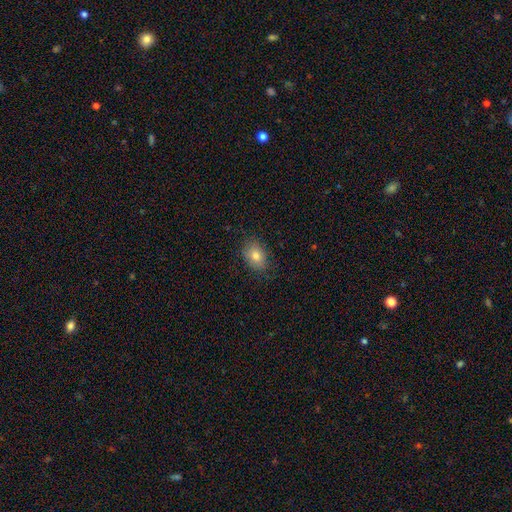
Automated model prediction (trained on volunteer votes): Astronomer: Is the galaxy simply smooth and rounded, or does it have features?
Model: smooth — 80%.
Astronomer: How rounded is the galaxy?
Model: in between — 76%.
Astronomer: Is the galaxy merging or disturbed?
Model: none — 81%.